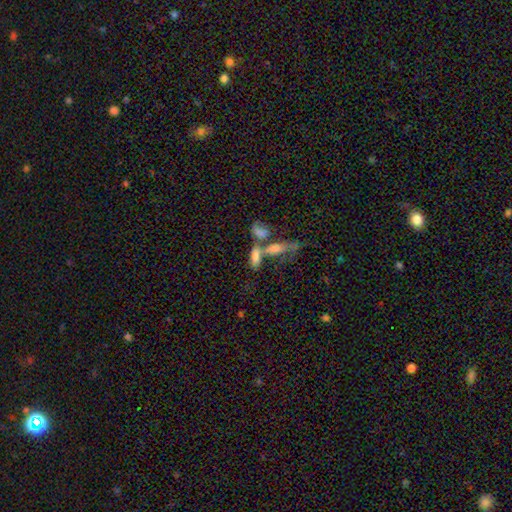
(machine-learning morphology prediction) smooth 66%, featured or disk 23%, star or artifact 11%. Down the decision tree: how rounded — in between (66%); merging — merger (54%).